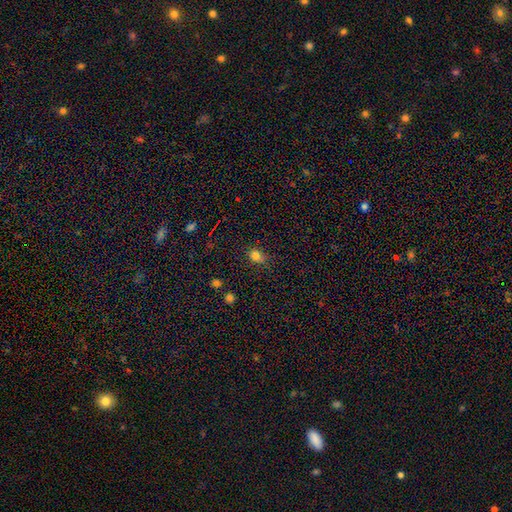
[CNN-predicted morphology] Overall: smooth (77%). How rounded: round (53%; in between 45%). Merging: none (70%).